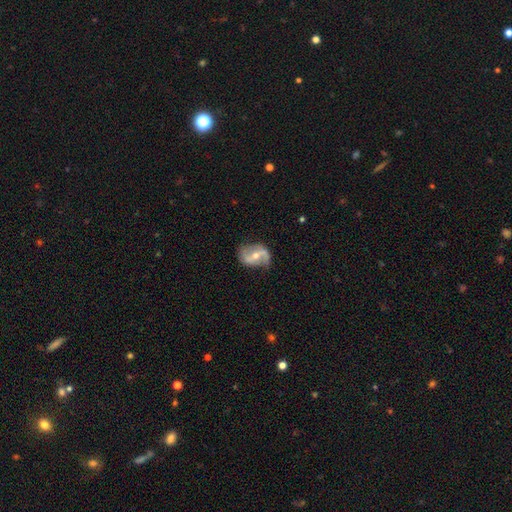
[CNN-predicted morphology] type=featured or disk (81%); edge-on=no (97%); bar=weak (40%); spiral arms=yes (91%); winding=loose (57%); arm count=2 (90%); bulge=moderate (59%); merging=none (71%).